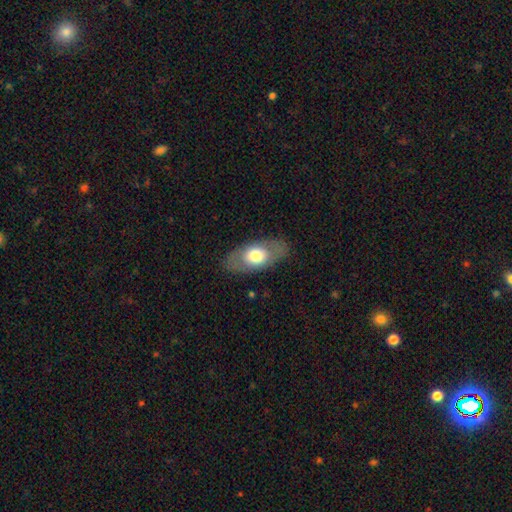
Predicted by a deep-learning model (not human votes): The model was most divided on "smooth or featured": smooth: 60%, featured or disk: 34%, star or artifact: 6%. More confident: how rounded — in between (88%); merging — none (82%).